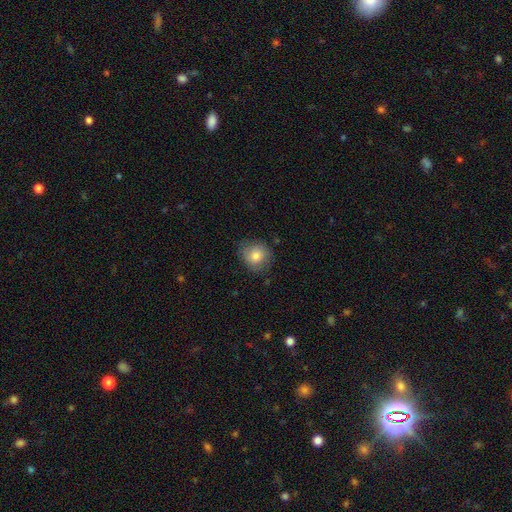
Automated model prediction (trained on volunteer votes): Smooth or featured: smooth — 80% (featured or disk — 12%)
How rounded: round — 80% (in between — 19%)
Merging: none — 75% (minor disturbance — 19%)